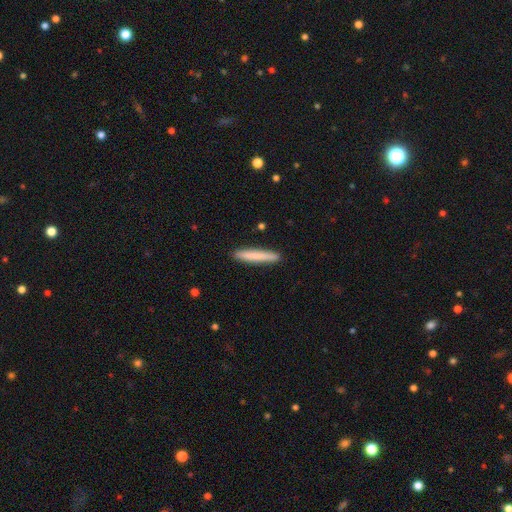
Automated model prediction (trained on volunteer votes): Smooth or featured? Predicted: smooth (p=0.78). How rounded? Predicted: cigar-shaped (p=0.96). Merging? Predicted: none (p=0.91).